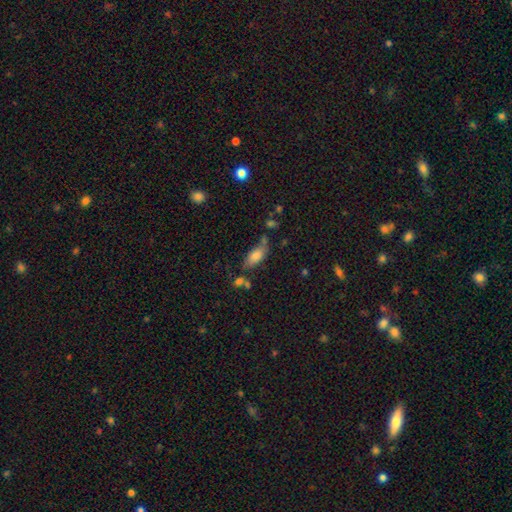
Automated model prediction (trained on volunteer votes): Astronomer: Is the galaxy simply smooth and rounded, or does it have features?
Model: smooth — 77%.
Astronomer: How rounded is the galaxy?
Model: in between — 83%.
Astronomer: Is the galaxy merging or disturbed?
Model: none — 56%.